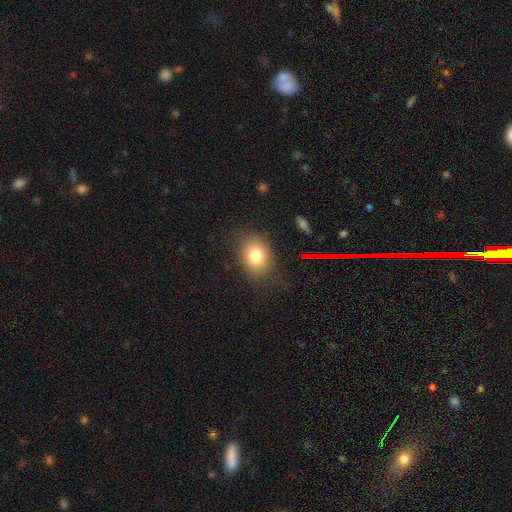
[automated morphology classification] A smooth galaxy with no disk features (80%) that is in between round and cigar-shaped (70%).

Vote fractions:
- Smooth or featured? smooth: 80% / featured or disk: 10% / star or artifact: 10%
- How rounded? in between: 70% / round: 29% / cigar-shaped: 1%
- Merging? none: 77% / minor disturbance: 15% / major disturbance: 6% / merger: 2%